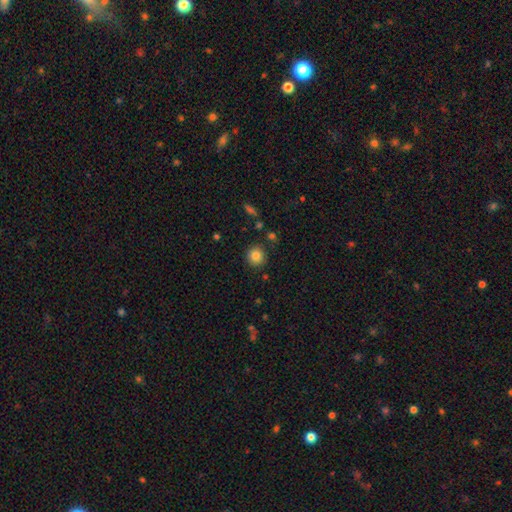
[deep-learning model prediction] Smooth or featured? smooth (83%)
How rounded? round (92%)
Merging? none (88%)